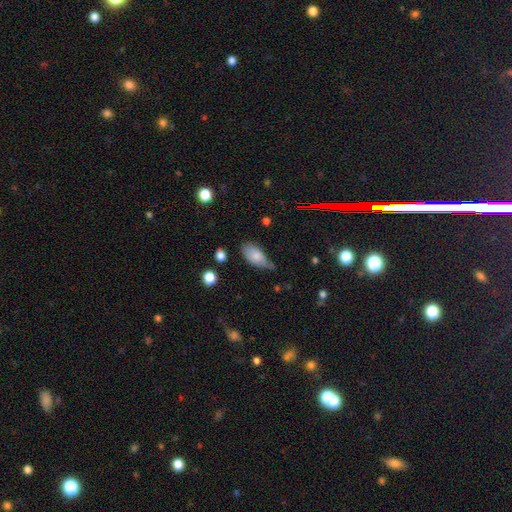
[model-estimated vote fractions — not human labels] Smooth or featured? Predicted: smooth (p=0.79). How rounded? Predicted: in between (p=0.92). Merging? Predicted: minor disturbance (p=0.44).